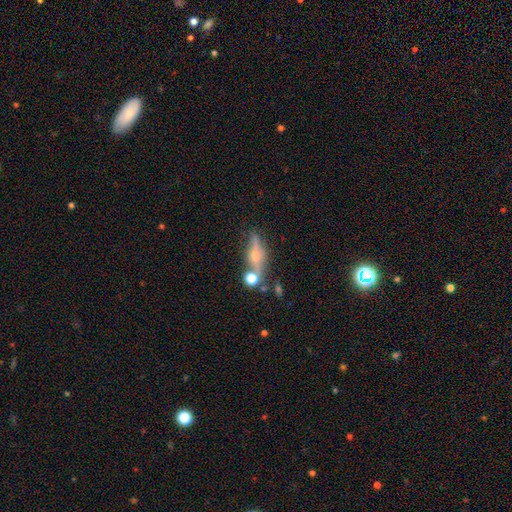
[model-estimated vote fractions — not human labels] Smooth or featured? Predicted: featured or disk (p=0.59). Edge-on disk? Predicted: yes (p=0.86). Edge-on bulge? Predicted: rounded (p=0.88). Merging? Predicted: none (p=0.64).